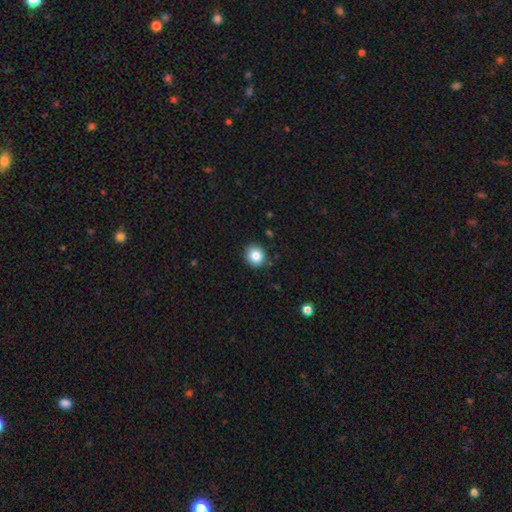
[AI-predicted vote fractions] This is clearly a smooth galaxy (84%). How rounded: clearly round (86%). Merging: clearly none (88%).